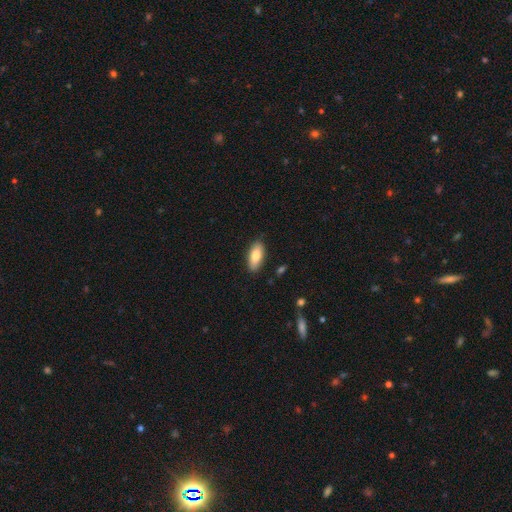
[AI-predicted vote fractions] A smooth galaxy with no disk features (79%) that is in between round and cigar-shaped (83%). Merging: none (88%).